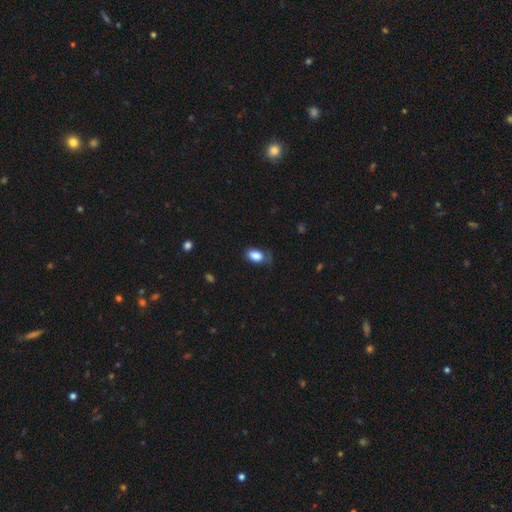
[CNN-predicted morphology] Smooth or featured: smooth — 85% (star or artifact — 8%)
How rounded: in between — 88% (round — 11%)
Merging: none — 56% (minor disturbance — 31%)